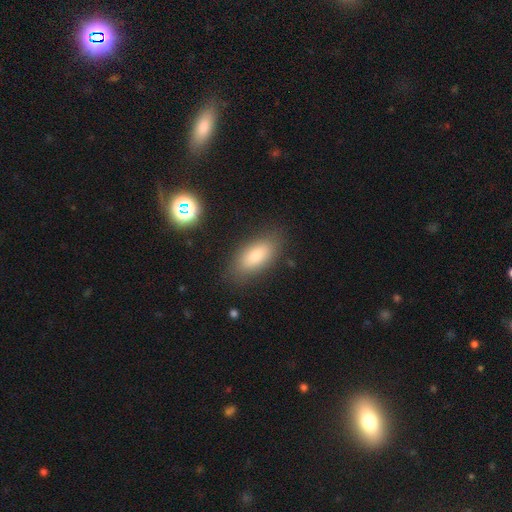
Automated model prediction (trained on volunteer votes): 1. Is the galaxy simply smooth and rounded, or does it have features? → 76% smooth, 14% featured or disk, 10% star or artifact.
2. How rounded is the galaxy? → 87% in between, 9% cigar-shaped, 4% round.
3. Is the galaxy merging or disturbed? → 83% none, 12% minor disturbance, 3% major disturbance, 2% merger.